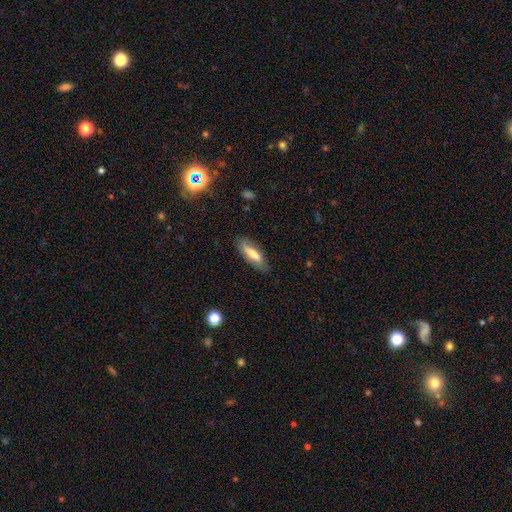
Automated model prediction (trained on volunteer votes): This is likely a smooth galaxy (63%). How rounded: possibly cigar-shaped (49%, tied with in between). Merging: clearly none (80%).